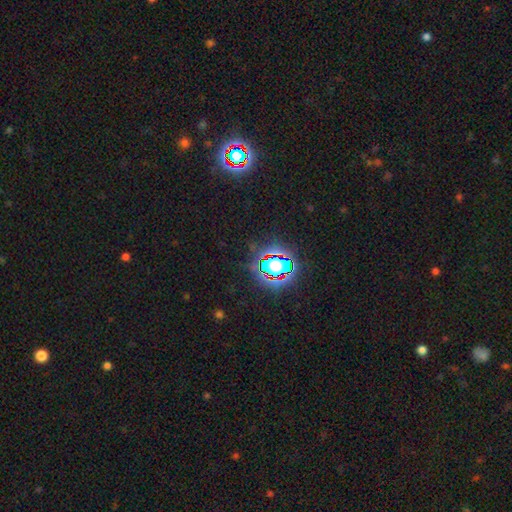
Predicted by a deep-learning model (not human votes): Smooth or featured? Predicted: star or artifact (p=0.82).